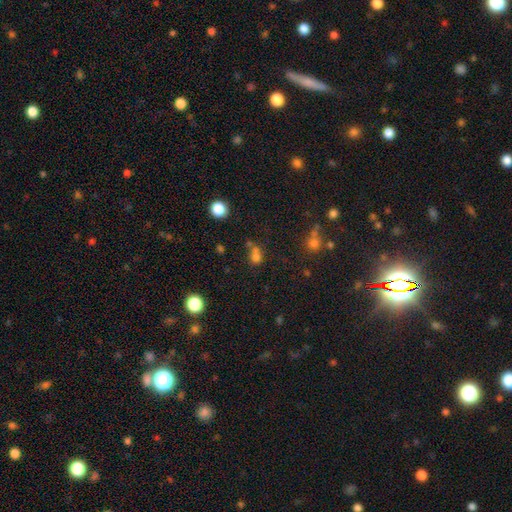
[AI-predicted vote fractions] A smooth galaxy with no disk features (69%) that is round (64%). Merging: none (41%).